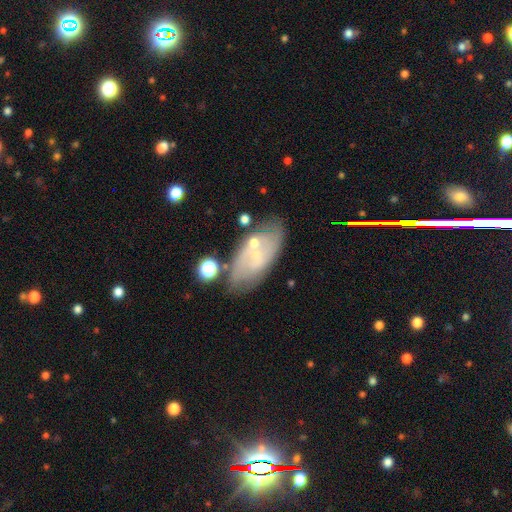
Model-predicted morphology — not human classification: This appears to be a featured or disk galaxy (63%) with no bar (68%), spiral arms (70%) and a small central bulge (77%). Merging: none (68%).